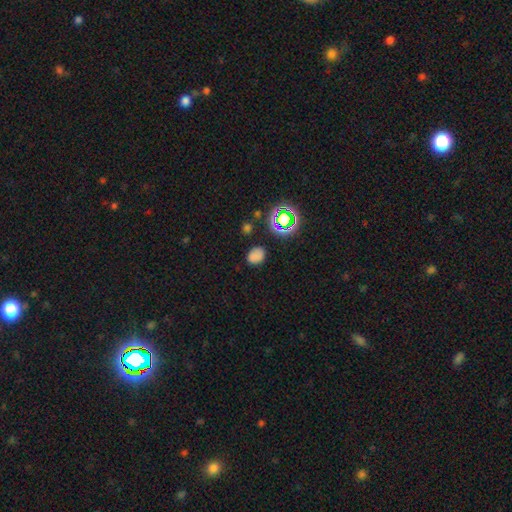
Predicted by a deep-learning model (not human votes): smooth_or_featured: smooth (p=0.72) [alt: star or artifact p=0.22]
how_rounded: in between (p=0.58) [alt: round p=0.41]
merging: none (p=0.81) [alt: minor disturbance p=0.13]